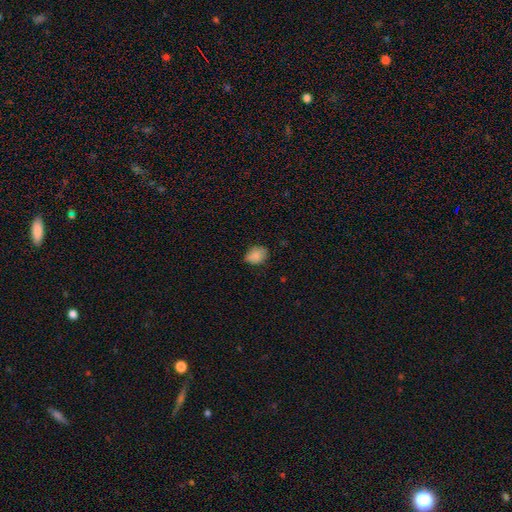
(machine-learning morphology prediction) Smooth or featured: smooth — 86% (star or artifact — 8%)
How rounded: in between — 64% (round — 35%)
Merging: none — 75% (minor disturbance — 20%)